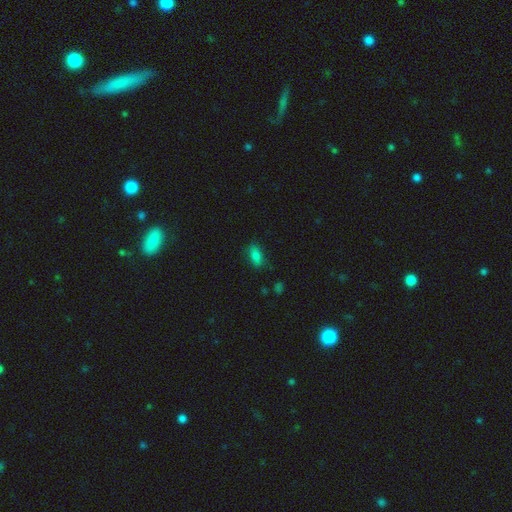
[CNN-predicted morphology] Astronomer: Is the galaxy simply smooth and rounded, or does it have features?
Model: smooth — 81%.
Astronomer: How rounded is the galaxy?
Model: in between — 85%.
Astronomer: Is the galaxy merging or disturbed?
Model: none — 80%.